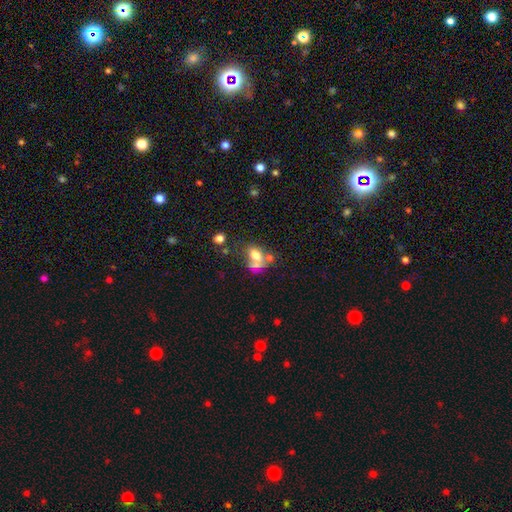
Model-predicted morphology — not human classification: Q: Smooth or featured?
A: smooth (66%); runner-up: featured or disk (20%)
Q: How rounded?
A: in between (76%); runner-up: round (21%)
Q: Merging?
A: merger (36%); runner-up: none (34%)